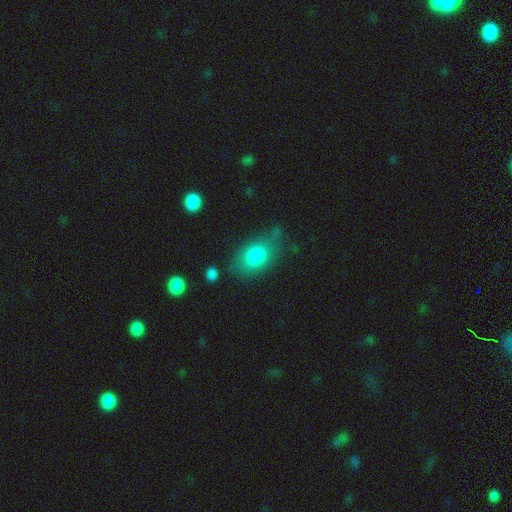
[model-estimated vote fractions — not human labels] Smooth or featured?
  - smooth: 81% *
  - featured or disk: 10%
  - star or artifact: 8%
How rounded?
  - in between: 78% *
  - round: 20%
  - cigar-shaped: 2%
Merging?
  - none: 62% *
  - minor disturbance: 23%
  - major disturbance: 10%
  - merger: 5%